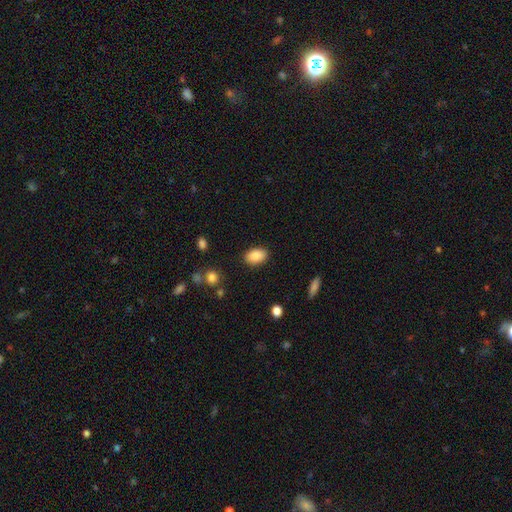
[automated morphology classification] smooth_or_featured: smooth (p=0.88) [alt: star or artifact p=0.07]
how_rounded: in between (p=0.90) [alt: round p=0.09]
merging: none (p=0.87) [alt: minor disturbance p=0.09]